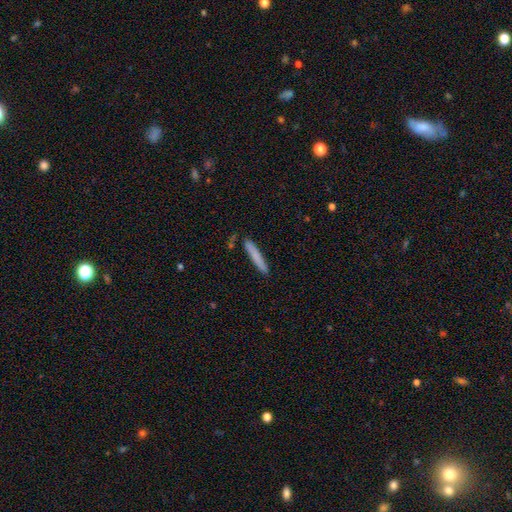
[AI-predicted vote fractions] This is likely a smooth galaxy (77%). How rounded: clearly cigar-shaped (95%). Merging: clearly none (86%).